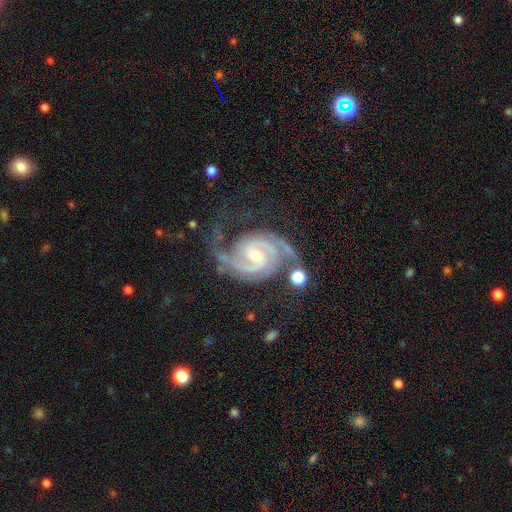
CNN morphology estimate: featured or disk 93%, star or artifact 5%, smooth 2%. Down the decision tree: edge-on disk — no (98%); bar — weak (46%); spiral arms — yes (99%); spiral arm count — 2 (85%); spiral winding — tight (47%); bulge size — small (53%); merging — none (64%).